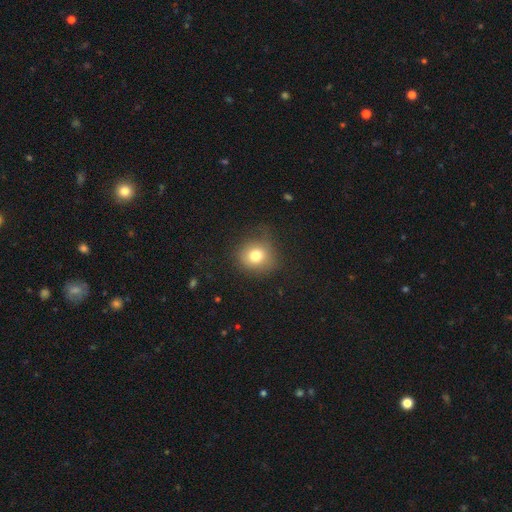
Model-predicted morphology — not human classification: A smooth galaxy with no disk features (77%) that is round (83%).

Vote fractions:
- Smooth or featured? smooth: 77% / star or artifact: 12% / featured or disk: 11%
- How rounded? round: 83% / in between: 16% / cigar-shaped: 1%
- Merging? none: 73% / minor disturbance: 19% / major disturbance: 7% / merger: 1%